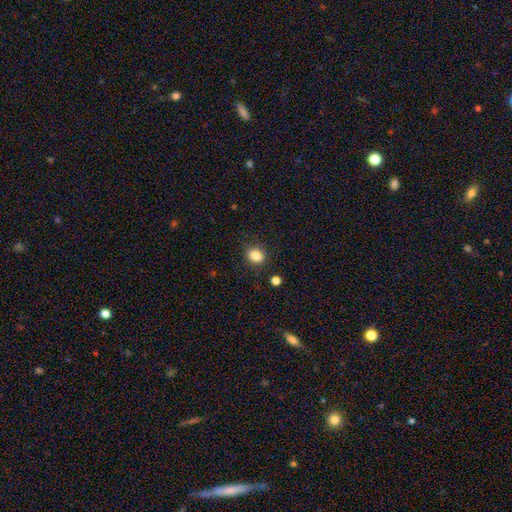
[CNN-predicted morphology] type=smooth (84%); roundness=round (53%); merging=none (82%).